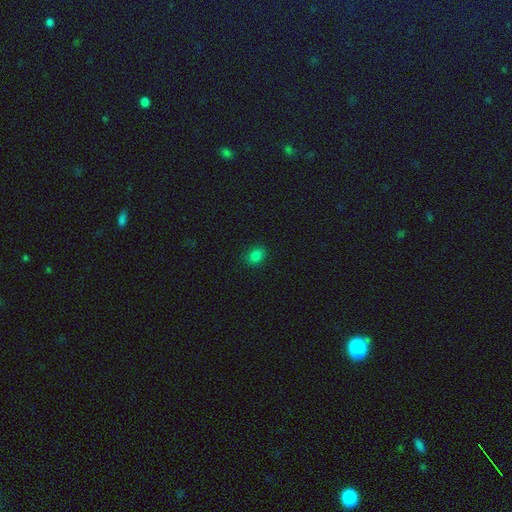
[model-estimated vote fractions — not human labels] The model was most divided on "how rounded": in between: 65%, round: 33%, cigar-shaped: 1%. More confident: merging — none (84%); smooth or featured — smooth (80%).